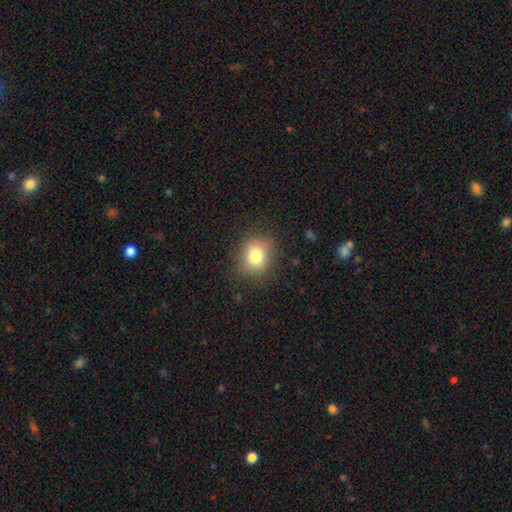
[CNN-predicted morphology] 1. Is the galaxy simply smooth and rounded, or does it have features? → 79% smooth, 12% star or artifact, 9% featured or disk.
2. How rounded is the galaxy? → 67% round, 32% in between, 1% cigar-shaped.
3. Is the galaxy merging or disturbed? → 82% none, 12% minor disturbance, 4% major disturbance, 1% merger.